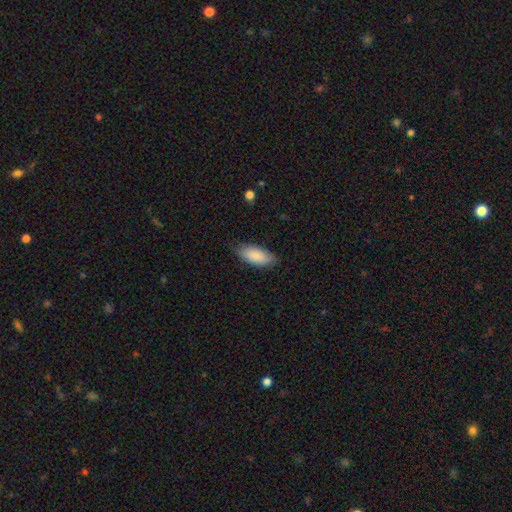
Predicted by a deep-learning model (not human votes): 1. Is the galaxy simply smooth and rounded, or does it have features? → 87% smooth, 7% featured or disk, 6% star or artifact.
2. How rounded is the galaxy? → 87% in between, 12% cigar-shaped, 2% round.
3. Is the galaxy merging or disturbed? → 80% none, 16% minor disturbance, 3% major disturbance, 1% merger.